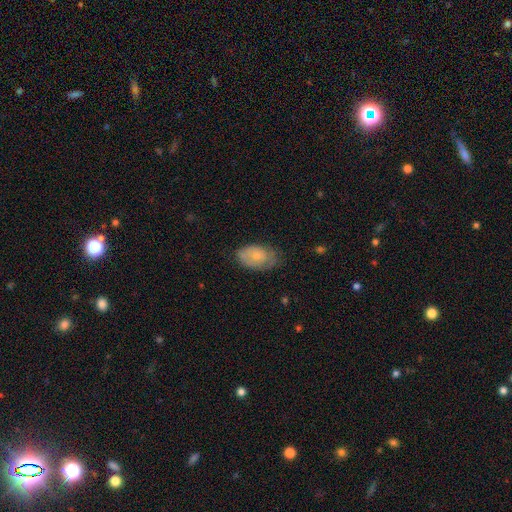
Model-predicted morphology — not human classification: This appears to be a smooth galaxy with no disk features (61%) that is in between round and cigar-shaped (90%). Merging: none (54%).